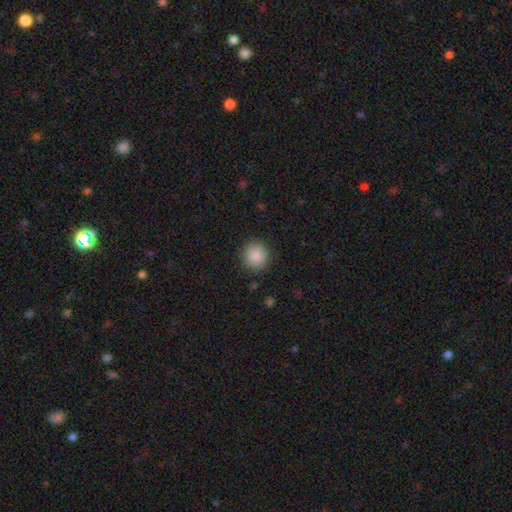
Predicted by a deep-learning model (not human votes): Overall: smooth (88%). How rounded: round (94%). Merging: none (90%).